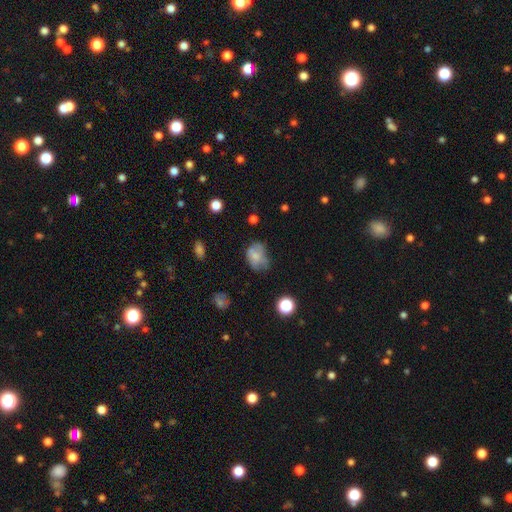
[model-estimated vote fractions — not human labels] Morphology: type=smooth (66%); roundness=in between (64%); merging=none (42%).